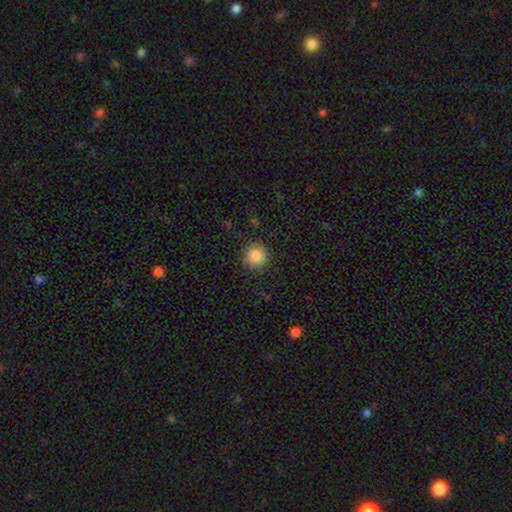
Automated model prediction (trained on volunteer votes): Q: Smooth or featured?
A: smooth (87%); runner-up: star or artifact (10%)
Q: How rounded?
A: round (95%); runner-up: in between (4%)
Q: Merging?
A: none (90%); runner-up: minor disturbance (7%)